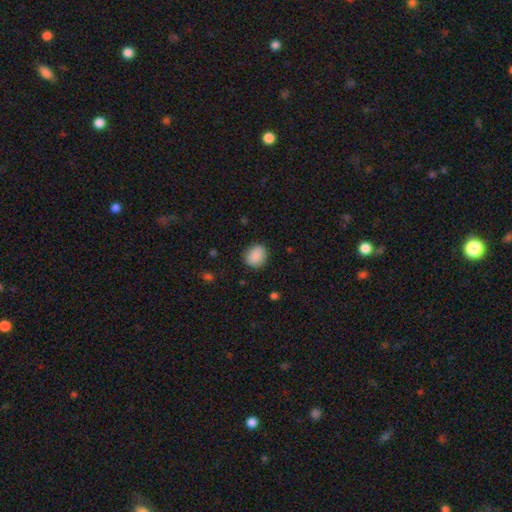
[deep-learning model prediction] This appears to be a smooth galaxy with no disk features (87%) that is round (64%). Merging: none (84%).